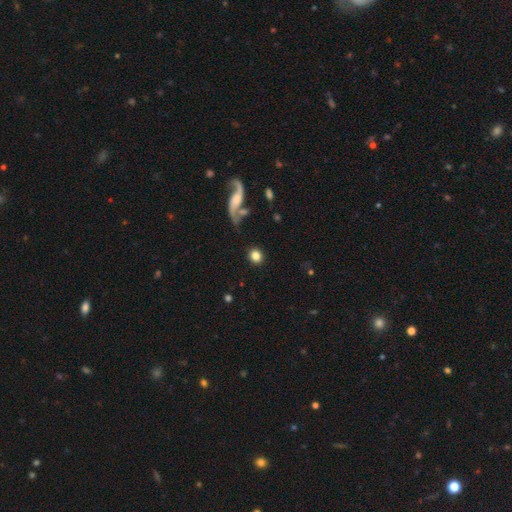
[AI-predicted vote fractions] Smooth or featured: smooth — 79% (featured or disk — 12%)
How rounded: round — 86% (in between — 13%)
Merging: none — 85% (minor disturbance — 7%)